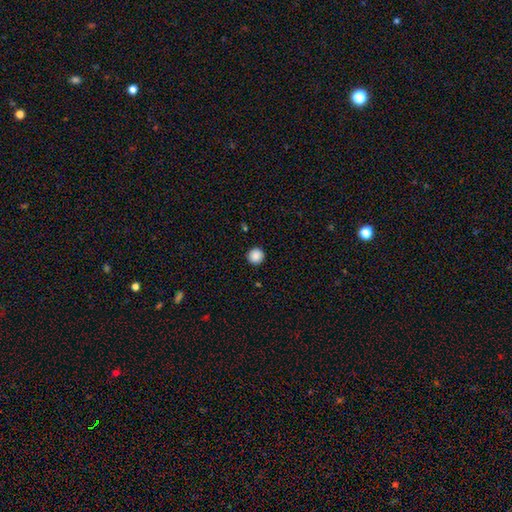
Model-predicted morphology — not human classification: Smooth or featured: smooth — 88% (star or artifact — 9%)
How rounded: round — 96% (in between — 3%)
Merging: none — 93% (minor disturbance — 5%)